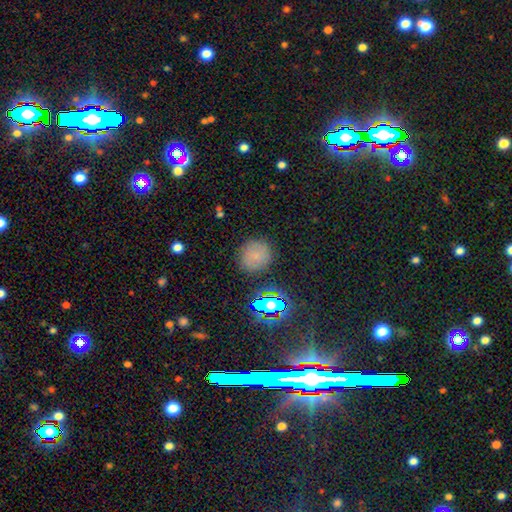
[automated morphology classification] This is likely a smooth galaxy (67%). How rounded: clearly round (86%). Merging: clearly none (84%).